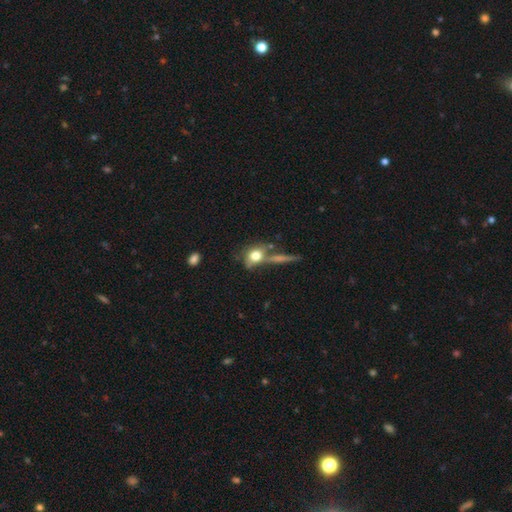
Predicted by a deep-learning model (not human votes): A smooth galaxy with no disk features (70%) that is round (54%). Merging: none (46%).